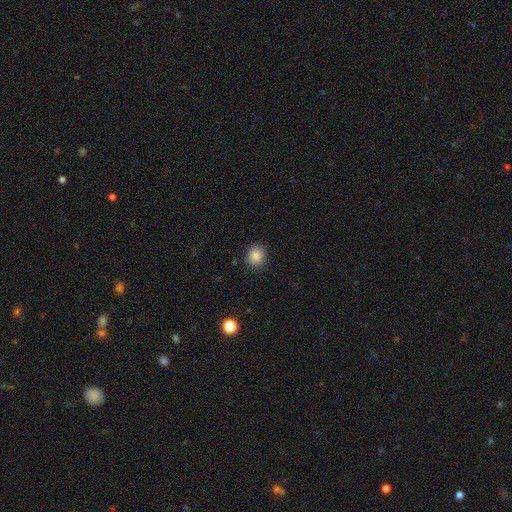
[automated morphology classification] smooth_or_featured: smooth (p=0.86) [alt: star or artifact p=0.10]
how_rounded: round (p=0.74) [alt: in between p=0.25]
merging: none (p=0.87) [alt: minor disturbance p=0.09]